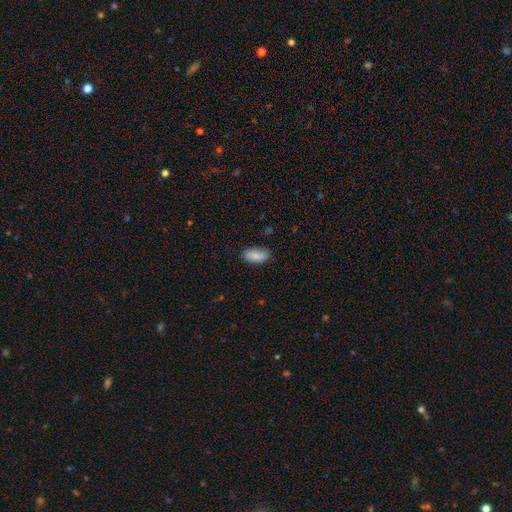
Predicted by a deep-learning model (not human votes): smooth-or-featured: smooth: 86% | featured or disk: 7% | star or artifact: 7%
  how-rounded: in between: 93% | cigar-shaped: 5% | round: 2%
  merging: none: 84% | minor disturbance: 13% | major disturbance: 2% | merger: 1%